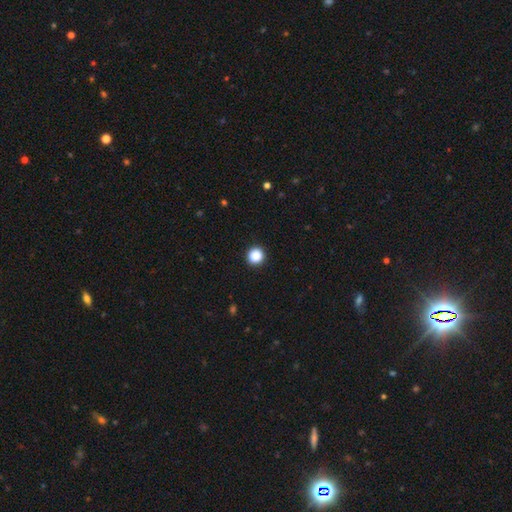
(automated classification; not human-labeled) smooth 88%, star or artifact 10%, featured or disk 2%. Down the decision tree: how rounded — round (94%); merging — none (93%).